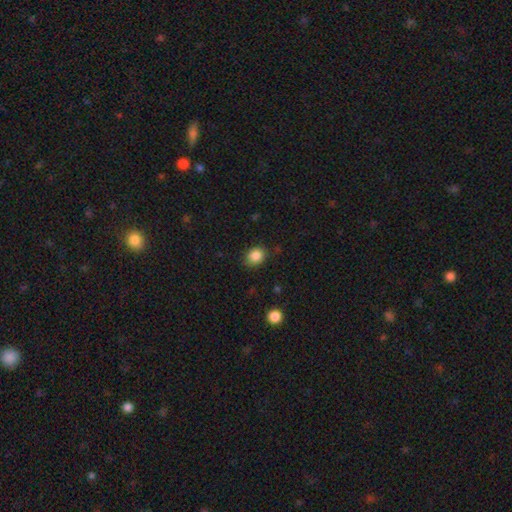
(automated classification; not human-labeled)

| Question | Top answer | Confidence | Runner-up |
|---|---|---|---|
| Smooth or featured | smooth | 86% | star or artifact (10%) |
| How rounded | round | 57% | in between (42%) |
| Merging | none | 80% | minor disturbance (15%) |